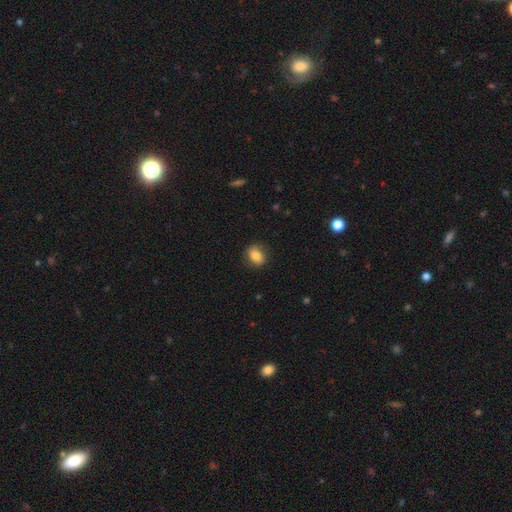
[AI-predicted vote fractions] This appears to be a smooth galaxy with no disk features (74%) that is in between round and cigar-shaped (55%). Merging: none (81%).